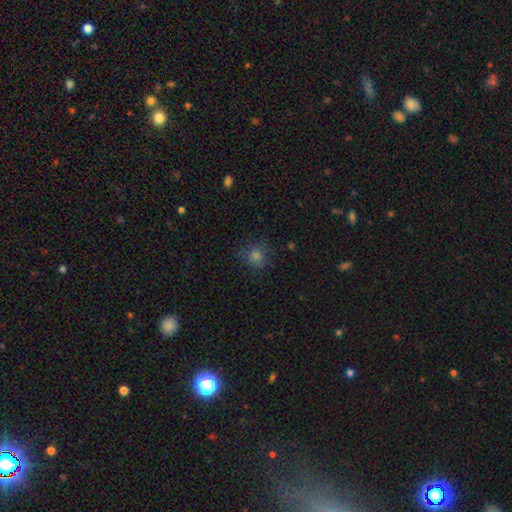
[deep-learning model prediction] smooth_or_featured: smooth (p=0.73) [alt: star or artifact p=0.20]
how_rounded: round (p=0.85) [alt: in between p=0.14]
merging: none (p=0.77) [alt: minor disturbance p=0.15]